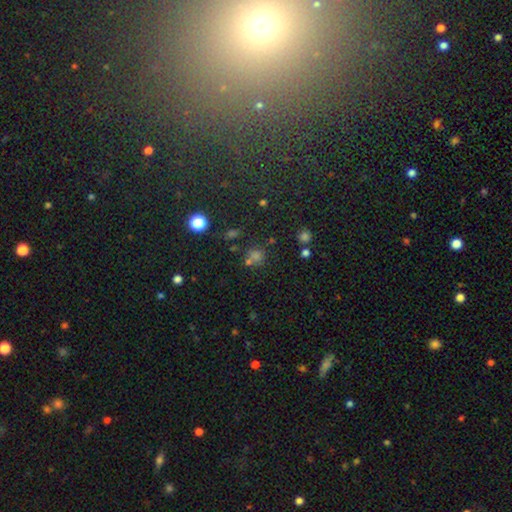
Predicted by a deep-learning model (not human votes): Smooth or featured?
  - smooth: 60% *
  - star or artifact: 31%
  - featured or disk: 10%
How rounded?
  - round: 83% *
  - in between: 15%
  - cigar-shaped: 1%
Merging?
  - none: 59% *
  - merger: 23%
  - minor disturbance: 11%
  - major disturbance: 6%